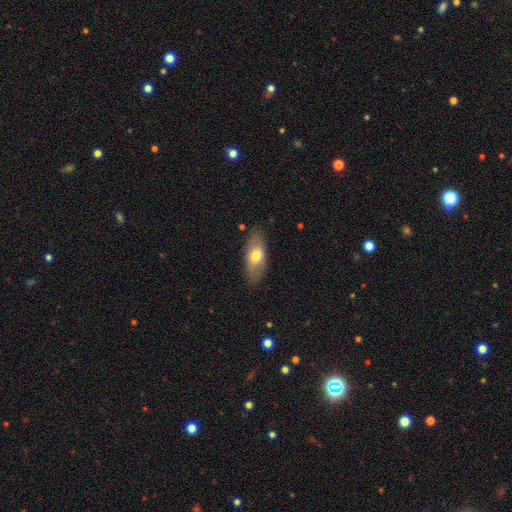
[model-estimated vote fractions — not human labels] A smooth galaxy with no disk features (65%) that is in between round and cigar-shaped (85%). Merging: none (83%).